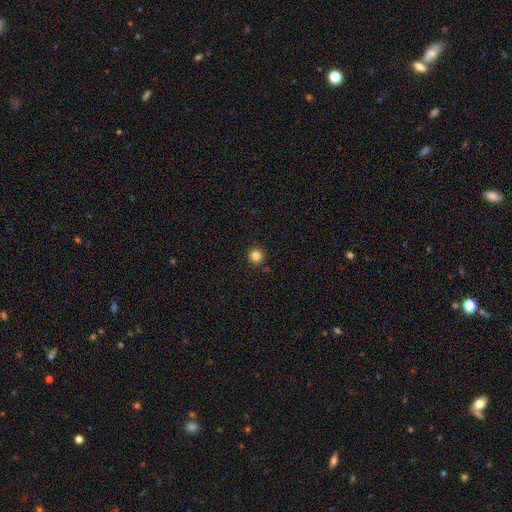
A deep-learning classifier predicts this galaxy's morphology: smooth_or_featured: smooth (p=0.83) [alt: star or artifact p=0.12]
how_rounded: round (p=0.95) [alt: in between p=0.04]
merging: none (p=0.91) [alt: minor disturbance p=0.05]